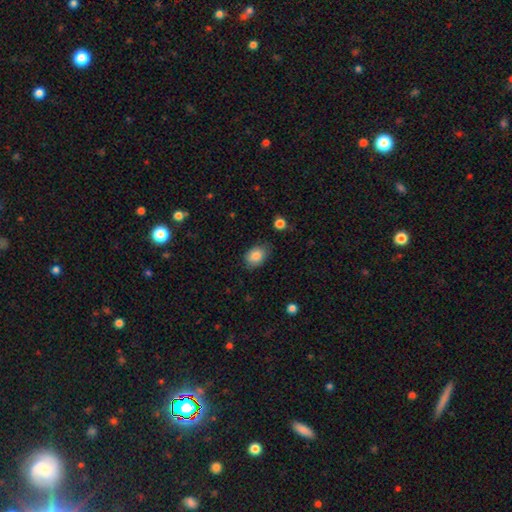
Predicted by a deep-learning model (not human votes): A smooth galaxy with no disk features (85%) that is in between round and cigar-shaped (73%).

Vote fractions:
- Smooth or featured? smooth: 85% / star or artifact: 8% / featured or disk: 7%
- How rounded? in between: 73% / round: 26% / cigar-shaped: 1%
- Merging? none: 76% / minor disturbance: 19% / major disturbance: 4% / merger: 2%